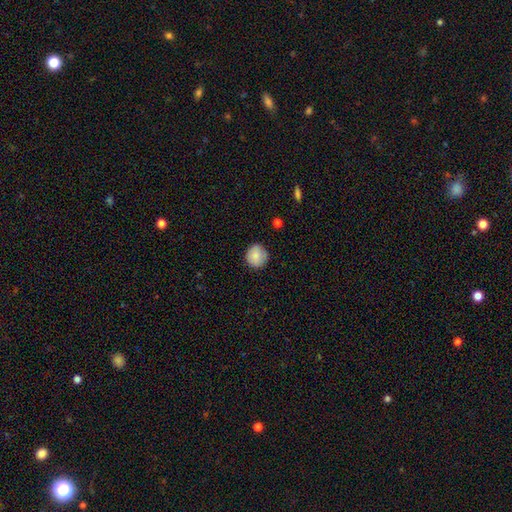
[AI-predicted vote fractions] smooth-or-featured: smooth: 85% | star or artifact: 8% | featured or disk: 7%
  how-rounded: round: 91% | in between: 8% | cigar-shaped: 1%
  merging: none: 85% | minor disturbance: 12% | major disturbance: 2% | merger: 1%